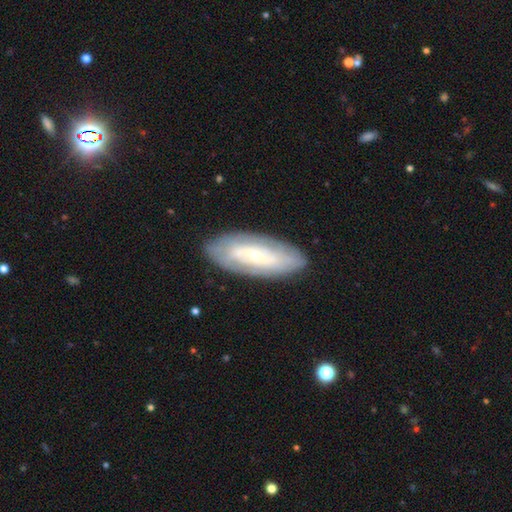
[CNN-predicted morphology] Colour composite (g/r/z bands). It shows a featured or disk galaxy (65%) with a weak bar (41%), spiral arms (74%) and a small central bulge (68%). Merging: none (82%).